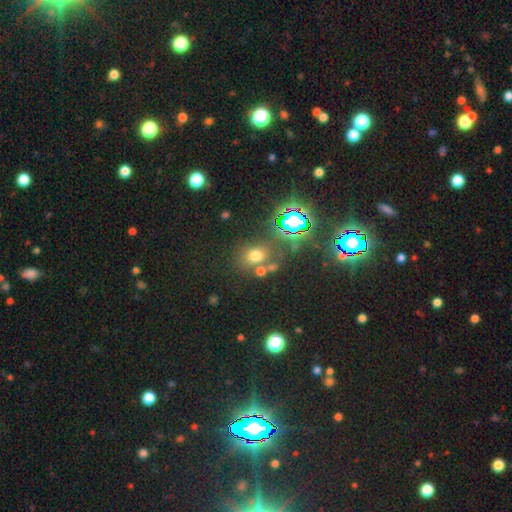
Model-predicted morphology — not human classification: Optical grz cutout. It shows a smooth galaxy with no disk features (60%) that is round (55%). Merging: none (65%).